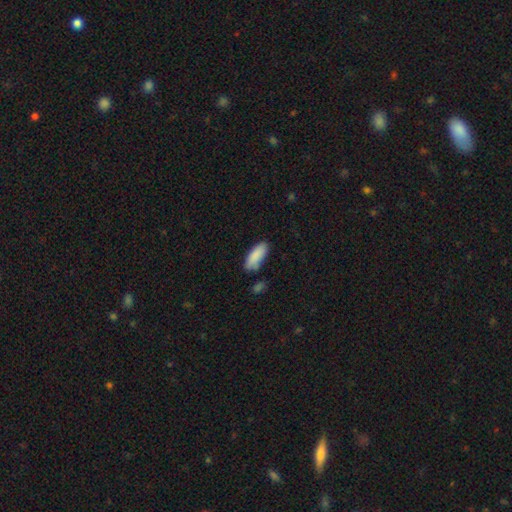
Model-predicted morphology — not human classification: Smooth or featured? Predicted: smooth (p=0.89). How rounded? Predicted: in between (p=0.76). Merging? Predicted: none (p=0.74).